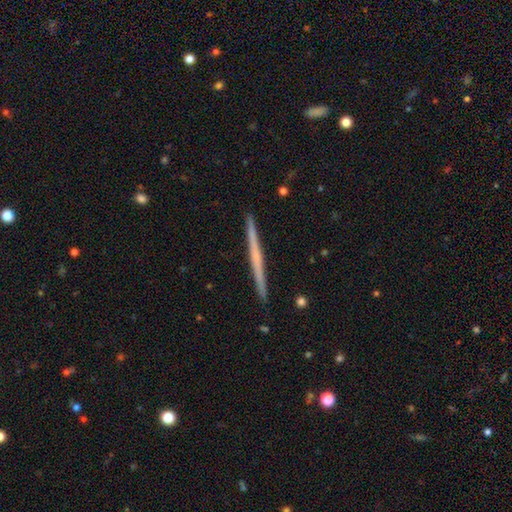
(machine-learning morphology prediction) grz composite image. It shows a featured or disk galaxy (58%) viewed edge-on (98%) with no central bulge (83%). Merging: none (93%).